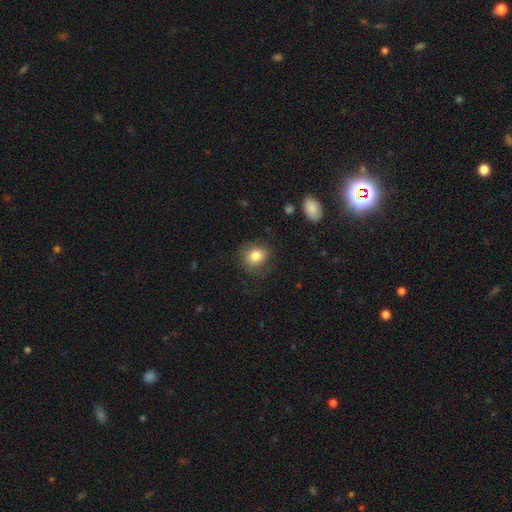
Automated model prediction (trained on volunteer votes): Smooth or featured? Predicted: smooth (p=0.79). How rounded? Predicted: round (p=0.70). Merging? Predicted: none (p=0.69).